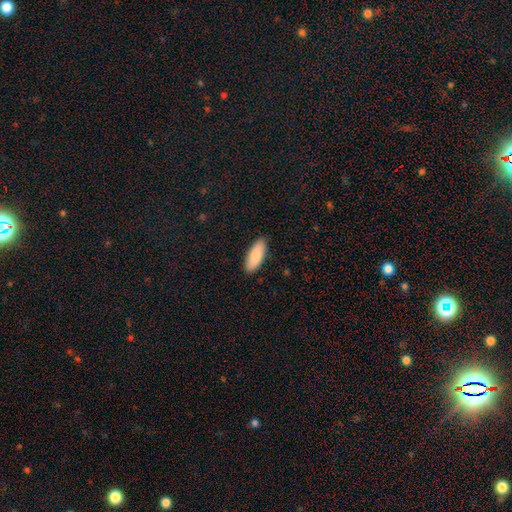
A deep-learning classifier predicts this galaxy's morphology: smooth_or_featured: smooth (p=0.86) [alt: featured or disk p=0.09]
how_rounded: in between (p=0.76) [alt: cigar-shaped p=0.22]
merging: none (p=0.88) [alt: minor disturbance p=0.09]